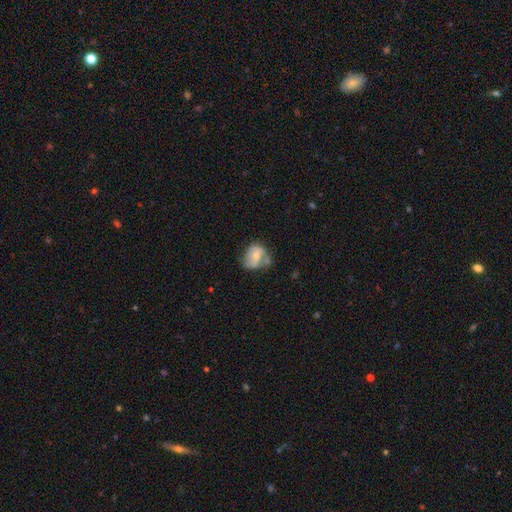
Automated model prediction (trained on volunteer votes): featured or disk 48%, smooth 45%, star or artifact 7%. Down the decision tree: merging — none (38%).